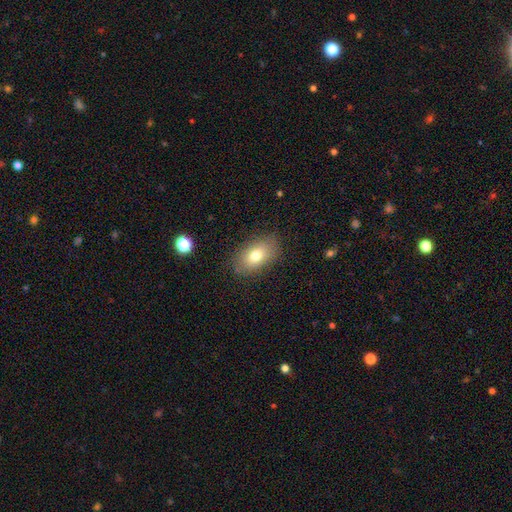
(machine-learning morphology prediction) smooth_or_featured: smooth (p=0.75) [alt: featured or disk p=0.16]
how_rounded: in between (p=0.88) [alt: round p=0.10]
merging: none (p=0.83) [alt: minor disturbance p=0.12]